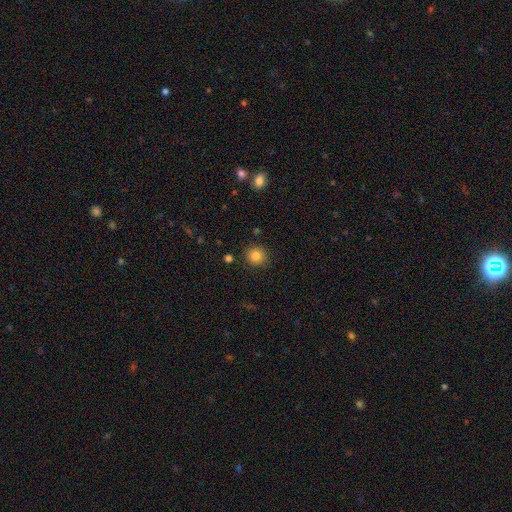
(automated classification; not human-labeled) A smooth galaxy with no disk features (83%) that is round (91%).

Vote fractions:
- Smooth or featured? smooth: 83% / star or artifact: 11% / featured or disk: 6%
- How rounded? round: 91% / in between: 8% / cigar-shaped: 1%
- Merging? none: 89% / minor disturbance: 7% / major disturbance: 2% / merger: 2%